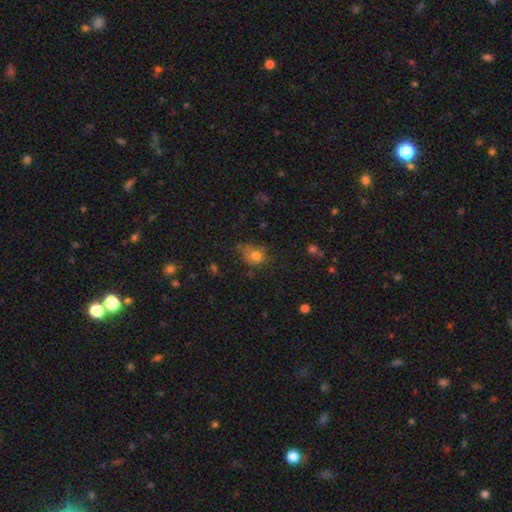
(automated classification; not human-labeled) This appears to be a smooth galaxy with no disk features (77%) that is round (61%). Merging: none (49%).